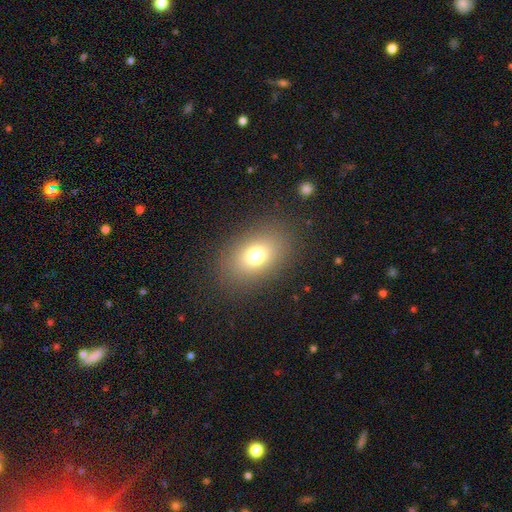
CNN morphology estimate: This appears to be a smooth galaxy with no disk features (72%) that is in between round and cigar-shaped (72%). Merging: none (85%).